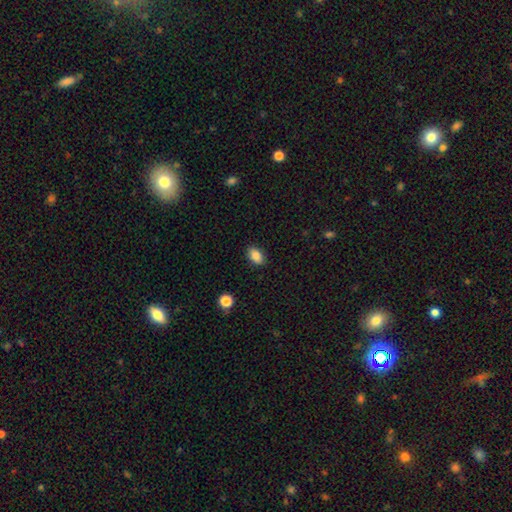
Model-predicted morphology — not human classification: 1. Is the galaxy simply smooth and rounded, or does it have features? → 87% smooth, 8% star or artifact, 5% featured or disk.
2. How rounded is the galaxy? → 88% in between, 10% round, 2% cigar-shaped.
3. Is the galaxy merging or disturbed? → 88% none, 9% minor disturbance, 2% major disturbance, 1% merger.